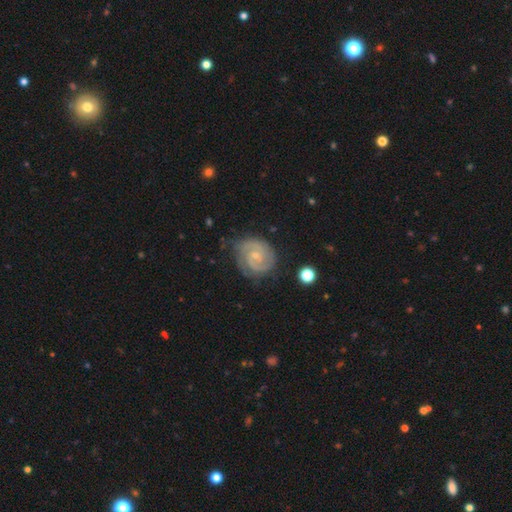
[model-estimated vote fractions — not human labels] Q: Smooth or featured?
A: featured or disk (87%); runner-up: smooth (8%)
Q: Edge-on disk?
A: no (98%); runner-up: yes (2%)
Q: Bar?
A: no (51%); runner-up: weak (41%)
Q: Spiral arms?
A: yes (97%); runner-up: no (3%)
Q: Spiral winding?
A: tight (62%); runner-up: medium (32%)
Q: Spiral arm count?
A: 2 (78%); runner-up: 3 (8%)
Q: Bulge size?
A: small (72%); runner-up: moderate (22%)
Q: Merging?
A: none (74%); runner-up: minor disturbance (19%)